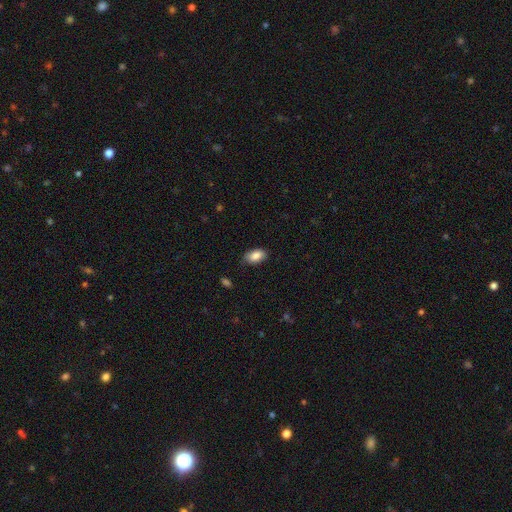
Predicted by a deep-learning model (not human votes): This appears to be a smooth galaxy with no disk features (85%) that is in between round and cigar-shaped (93%). Merging: none (79%).